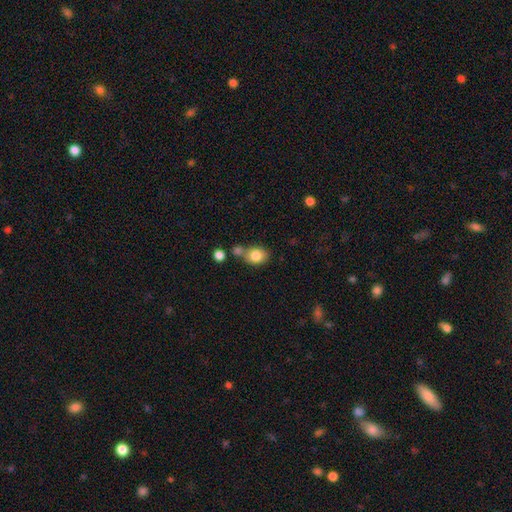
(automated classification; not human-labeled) smooth-or-featured: smooth: 82% | star or artifact: 9% | featured or disk: 9%
  how-rounded: round: 51% | in between: 48% | cigar-shaped: 1%
  merging: none: 55% | merger: 26% | minor disturbance: 14% | major disturbance: 4%